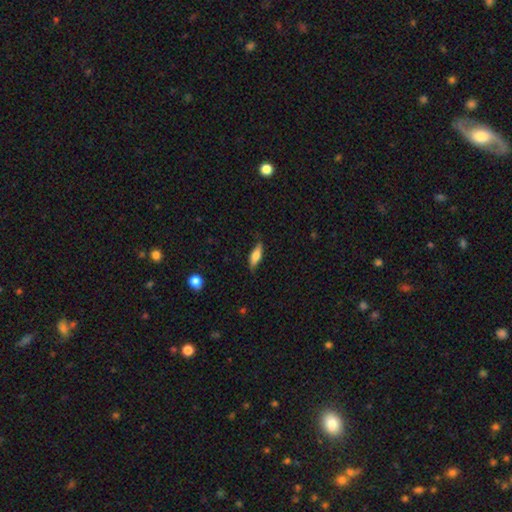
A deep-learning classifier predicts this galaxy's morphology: A smooth galaxy with no disk features (63%) that is in between round and cigar-shaped (53%). Merging: none (75%).